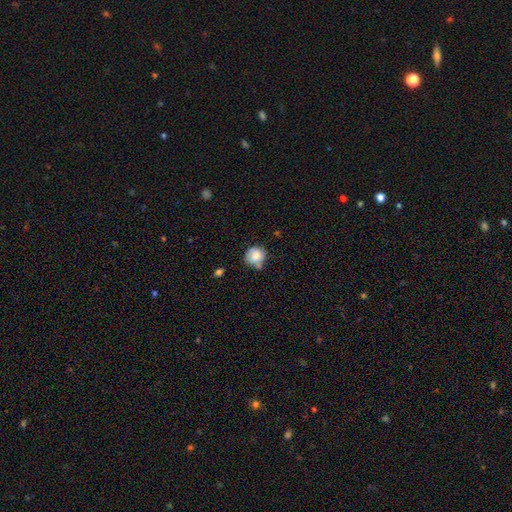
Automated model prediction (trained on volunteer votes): A smooth galaxy with no disk features (79%) that is round (87%).

Vote fractions:
- Smooth or featured? smooth: 79% / featured or disk: 13% / star or artifact: 9%
- How rounded? round: 87% / in between: 12% / cigar-shaped: 1%
- Merging? none: 61% / minor disturbance: 26% / merger: 8% / major disturbance: 5%